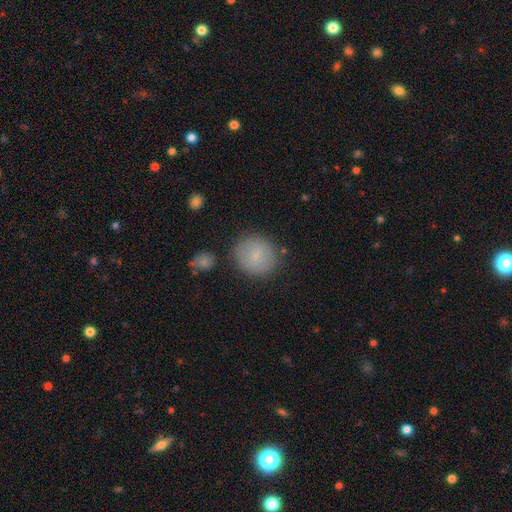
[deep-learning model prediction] Smooth or featured: smooth — 79% (featured or disk — 13%)
How rounded: round — 86% (in between — 13%)
Merging: none — 82% (minor disturbance — 11%)